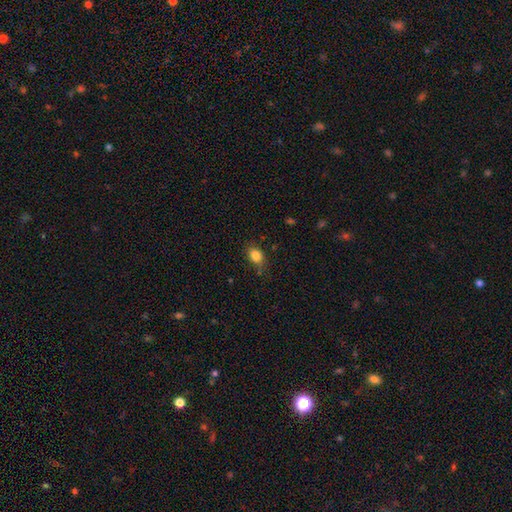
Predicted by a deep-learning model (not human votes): smooth_or_featured: smooth (p=0.83) [alt: star or artifact p=0.10]
how_rounded: in between (p=0.70) [alt: round p=0.29]
merging: none (p=0.73) [alt: minor disturbance p=0.21]